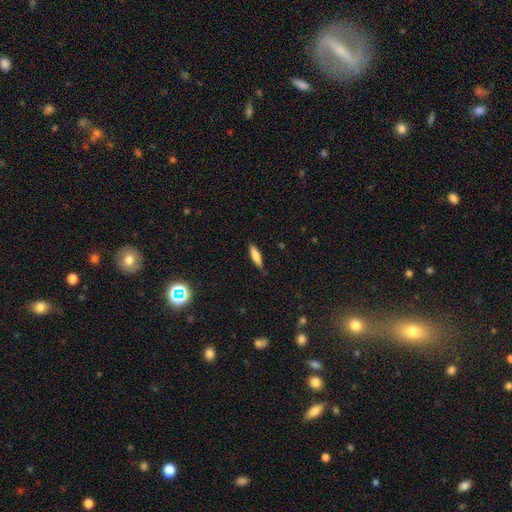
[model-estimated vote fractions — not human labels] This is likely a smooth galaxy (78%). How rounded: likely cigar-shaped (70%). Merging: clearly none (82%).